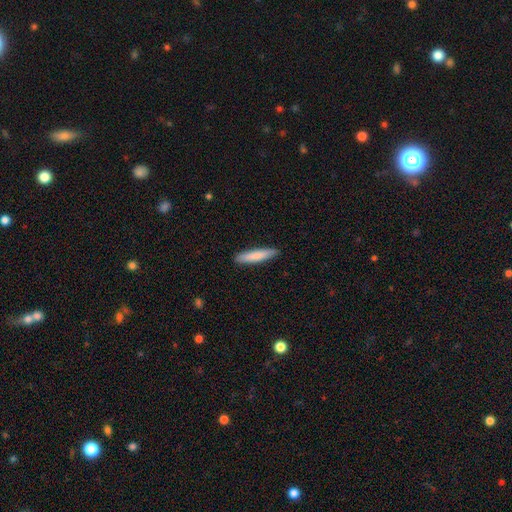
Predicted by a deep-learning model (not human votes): Smooth or featured: smooth — 83% (featured or disk — 12%)
How rounded: cigar-shaped — 87% (in between — 12%)
Merging: none — 90% (minor disturbance — 8%)